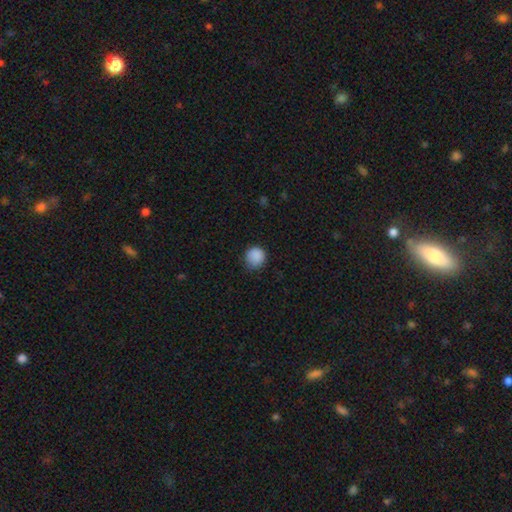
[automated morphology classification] This is clearly a smooth galaxy (88%). How rounded: clearly round (92%). Merging: likely none (77%).